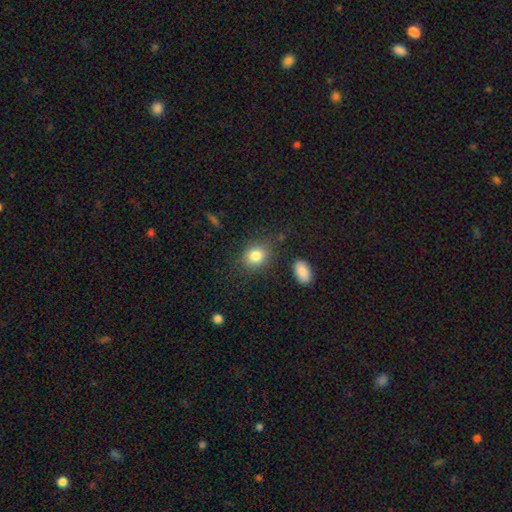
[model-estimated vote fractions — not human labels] smooth 83%, star or artifact 10%, featured or disk 7%. Down the decision tree: how rounded — round (53%); merging — none (79%).